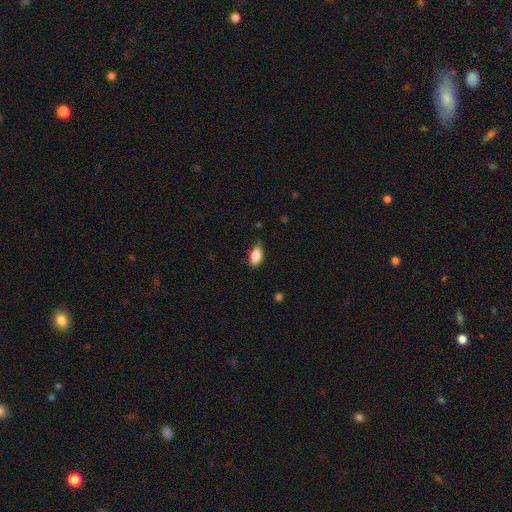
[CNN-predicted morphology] smooth-or-featured: smooth: 85% | featured or disk: 8% | star or artifact: 7%
  how-rounded: in between: 90% | cigar-shaped: 5% | round: 4%
  merging: none: 68% | minor disturbance: 27% | major disturbance: 4% | merger: 1%